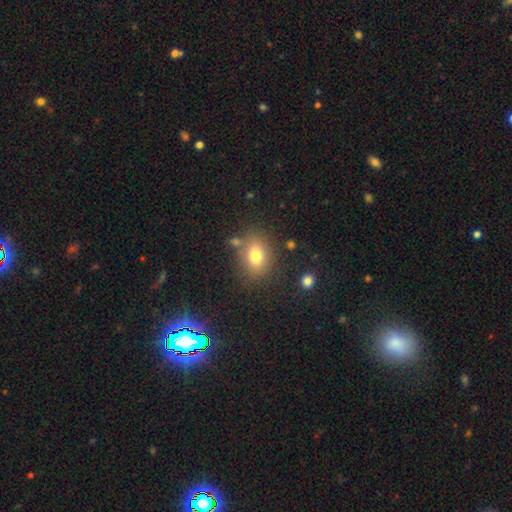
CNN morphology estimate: A smooth galaxy with no disk features (77%) that is in between round and cigar-shaped (62%). Merging: none (75%).